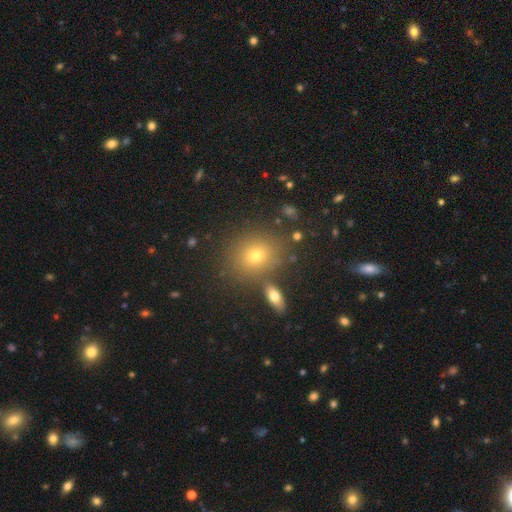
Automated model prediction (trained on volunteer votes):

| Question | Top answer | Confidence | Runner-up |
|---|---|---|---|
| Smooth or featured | smooth | 70% | star or artifact (17%) |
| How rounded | round | 64% | in between (34%) |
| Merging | none | 79% | minor disturbance (9%) |